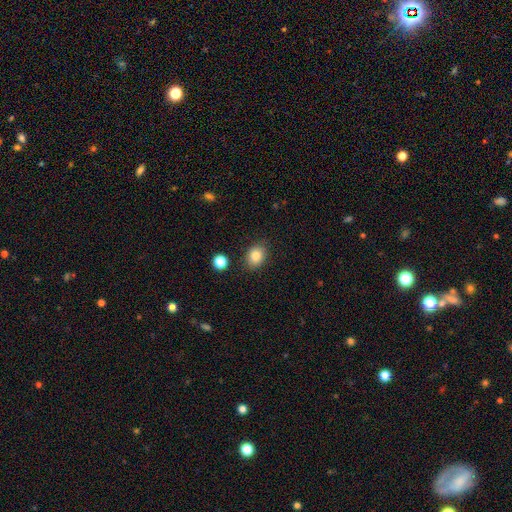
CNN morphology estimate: This appears to be a smooth galaxy with no disk features (83%) that is in between round and cigar-shaped (60%). Merging: none (85%).